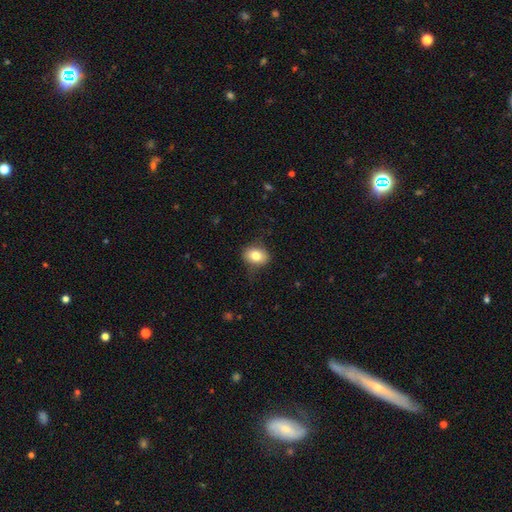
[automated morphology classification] smooth_or_featured: smooth (p=0.78) [alt: featured or disk p=0.13]
how_rounded: in between (p=0.67) [alt: round p=0.32]
merging: none (p=0.76) [alt: minor disturbance p=0.18]